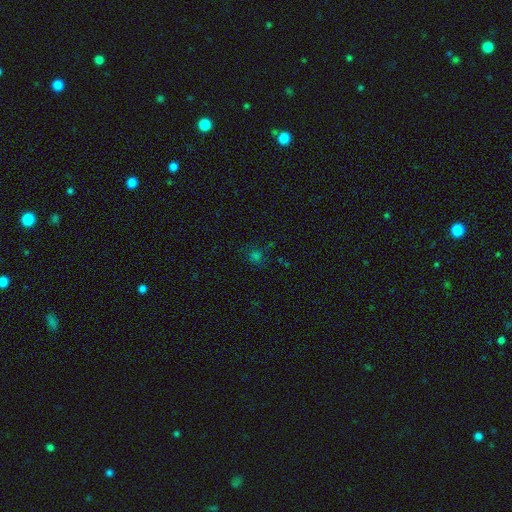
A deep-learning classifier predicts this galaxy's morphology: A smooth galaxy with no disk features (53%) that is round (81%). Merging: none (74%).